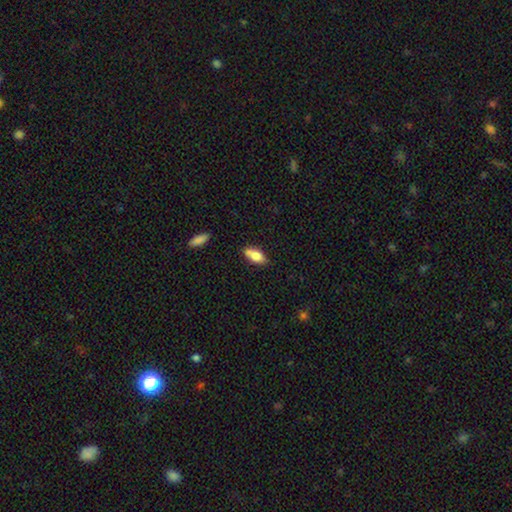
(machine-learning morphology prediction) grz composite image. It shows a smooth galaxy with no disk features (75%) that is in between round and cigar-shaped (84%). Merging: none (62%).